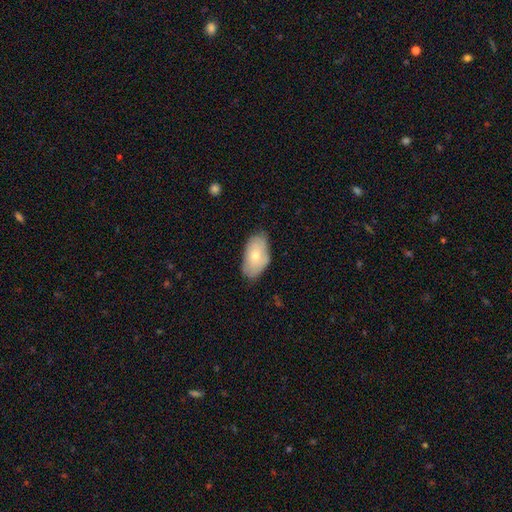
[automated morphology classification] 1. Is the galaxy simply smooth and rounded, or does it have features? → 67% smooth, 27% featured or disk, 6% star or artifact.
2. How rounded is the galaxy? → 94% in between, 4% round, 2% cigar-shaped.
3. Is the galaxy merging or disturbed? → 70% none, 25% minor disturbance, 4% major disturbance, 1% merger.